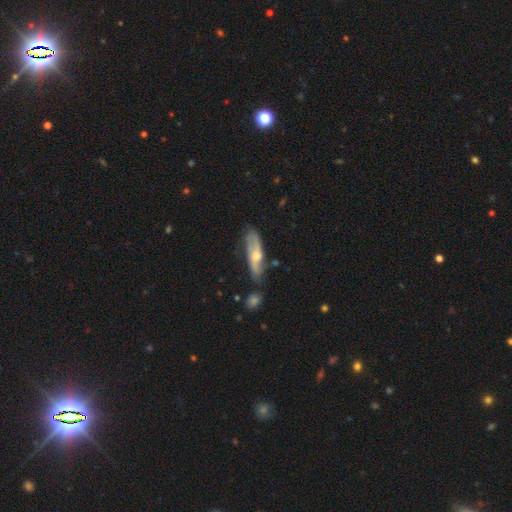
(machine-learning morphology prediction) Smooth or featured? featured or disk (56%)
Edge-on disk? no (68%)
Merging? none (63%)